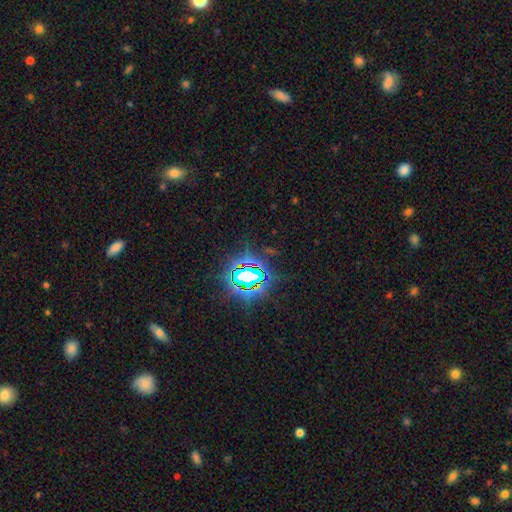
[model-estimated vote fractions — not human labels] star or artifact 79%, smooth 13%, featured or disk 7%.